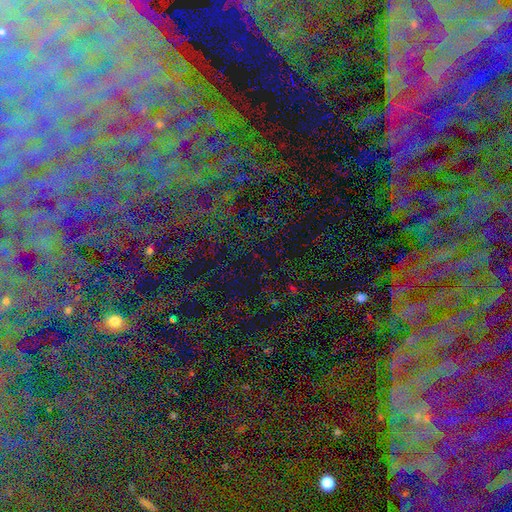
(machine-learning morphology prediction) Overall: star or artifact (75%).